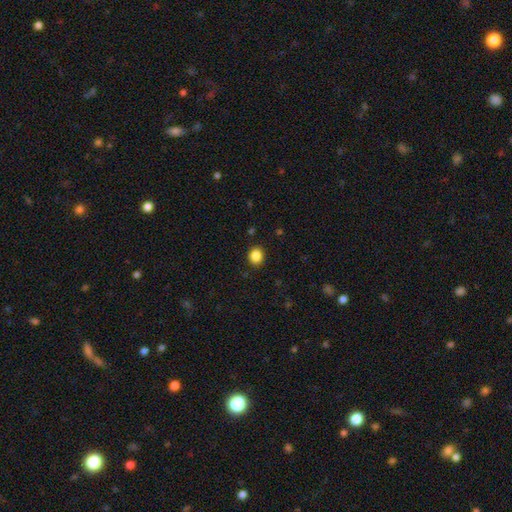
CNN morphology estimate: The model was most divided on "how rounded": round: 76%, in between: 23%, cigar-shaped: 1%. More confident: merging — none (91%); smooth or featured — smooth (86%).